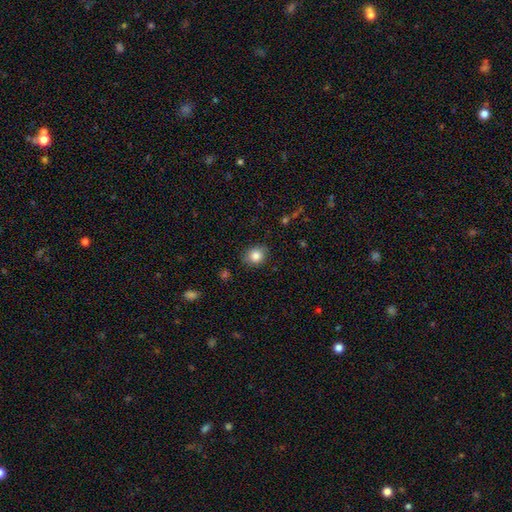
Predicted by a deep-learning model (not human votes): Smooth or featured: smooth — 85% (star or artifact — 9%)
How rounded: round — 68% (in between — 31%)
Merging: none — 81% (minor disturbance — 14%)